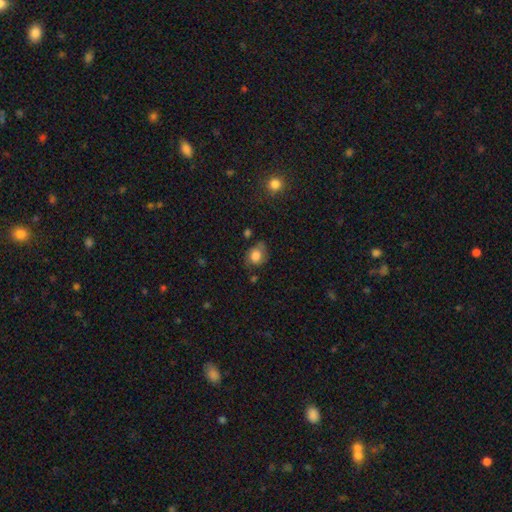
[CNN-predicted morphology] smooth 76%, featured or disk 14%, star or artifact 10%. Down the decision tree: how rounded — round (62%); merging — none (54%).